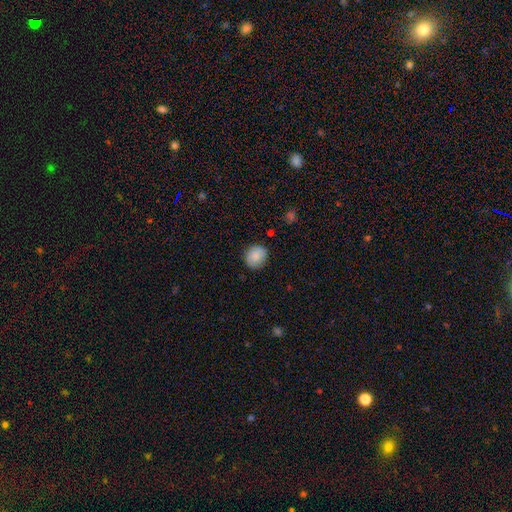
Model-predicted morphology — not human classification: Q: Smooth or featured?
A: smooth (84%); runner-up: featured or disk (9%)
Q: How rounded?
A: round (79%); runner-up: in between (20%)
Q: Merging?
A: none (85%); runner-up: minor disturbance (11%)